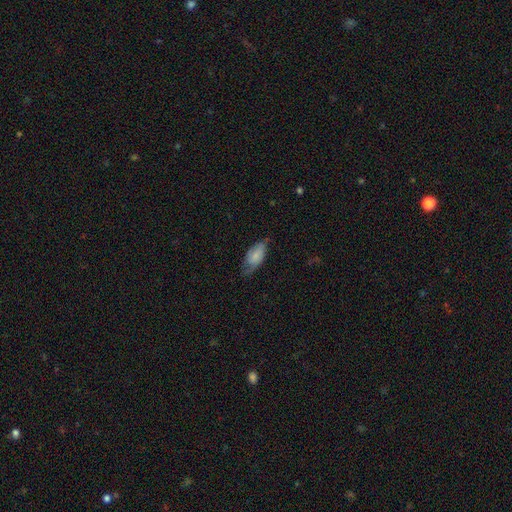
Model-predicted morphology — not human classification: smooth-or-featured: smooth: 62% | featured or disk: 31% | star or artifact: 7%
  how-rounded: in between: 91% | cigar-shaped: 6% | round: 3%
  merging: none: 53% | minor disturbance: 34% | major disturbance: 12% | merger: 1%